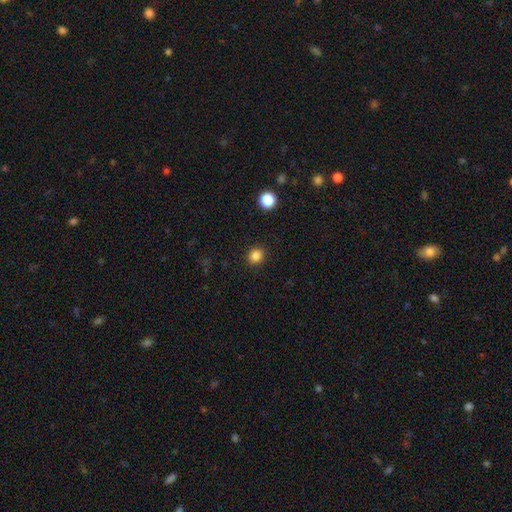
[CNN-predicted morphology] Smooth or featured? Predicted: smooth (p=0.84). How rounded? Predicted: round (p=0.83). Merging? Predicted: none (p=0.91).